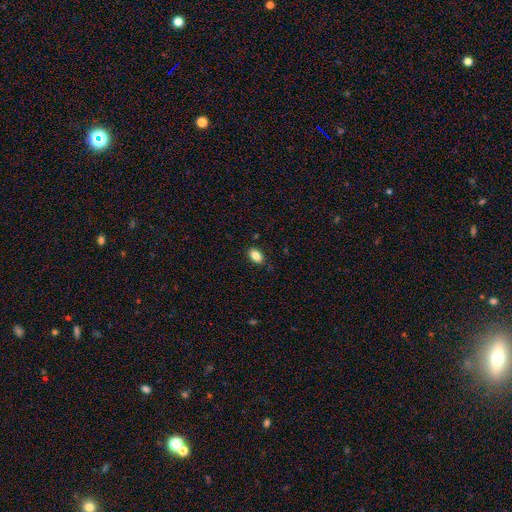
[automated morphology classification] A smooth galaxy with no disk features (86%) that is in between round and cigar-shaped (90%). Merging: none (87%).